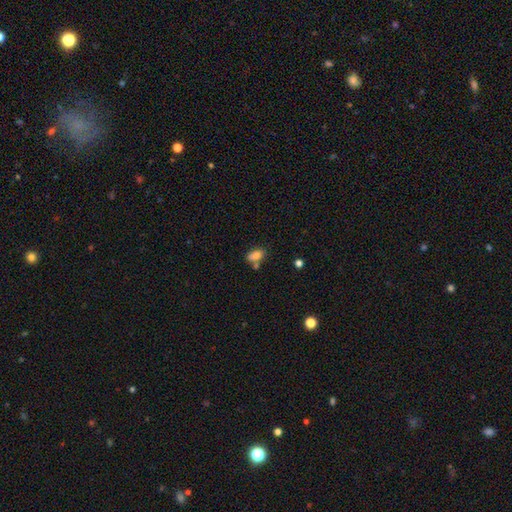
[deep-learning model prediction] This appears to be a smooth galaxy with no disk features (80%) that is in between round and cigar-shaped (87%). Merging: none (51%).